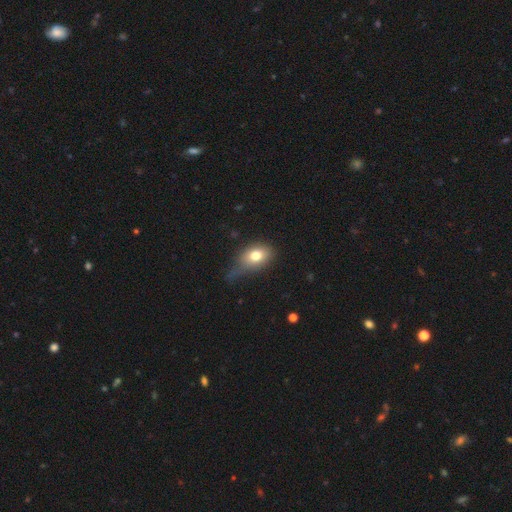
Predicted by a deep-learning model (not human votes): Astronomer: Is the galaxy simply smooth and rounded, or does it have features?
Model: smooth — 76%.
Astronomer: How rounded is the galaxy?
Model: in between — 74%.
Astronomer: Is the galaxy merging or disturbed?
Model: none — 39% (runner-up: minor disturbance, 37%).